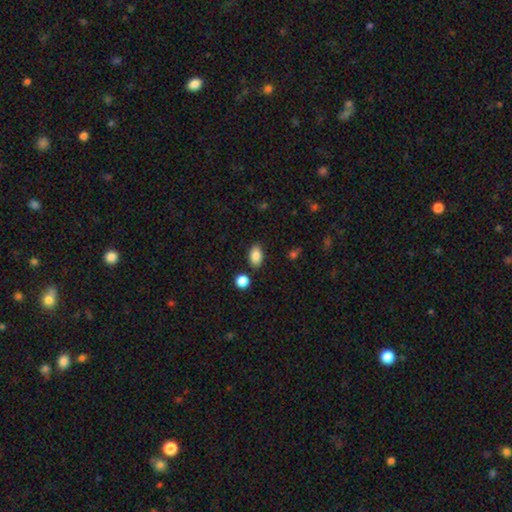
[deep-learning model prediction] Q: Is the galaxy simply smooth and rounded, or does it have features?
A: smooth — 86%.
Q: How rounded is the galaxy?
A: in between — 89%.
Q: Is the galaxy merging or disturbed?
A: none — 82%.